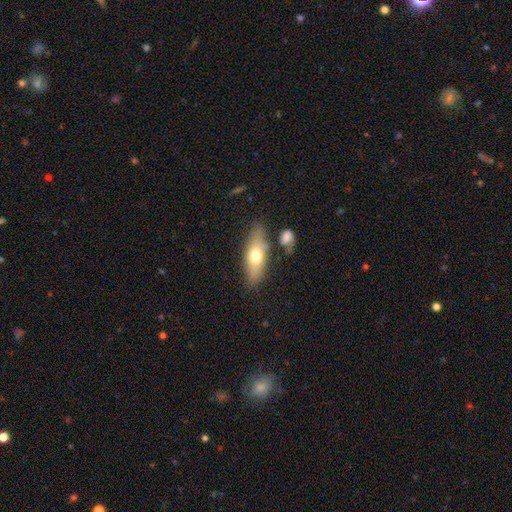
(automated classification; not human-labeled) Smooth or featured?
  - smooth: 64% *
  - featured or disk: 30%
  - star or artifact: 6%
How rounded?
  - in between: 65% *
  - cigar-shaped: 31%
  - round: 3%
Merging?
  - none: 69% *
  - minor disturbance: 16%
  - merger: 10%
  - major disturbance: 5%